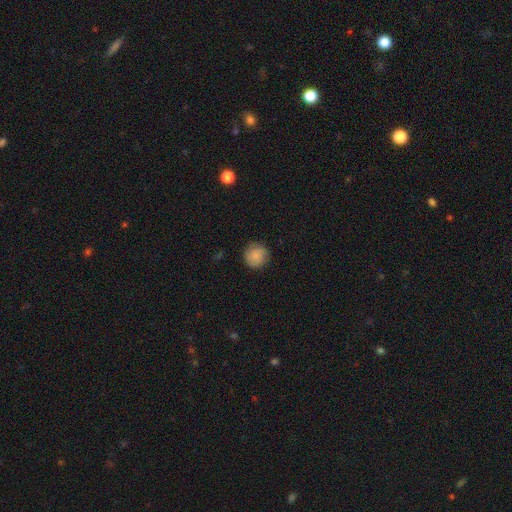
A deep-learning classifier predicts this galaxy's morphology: This is clearly a smooth galaxy (80%). How rounded: clearly round (92%). Merging: clearly none (84%).